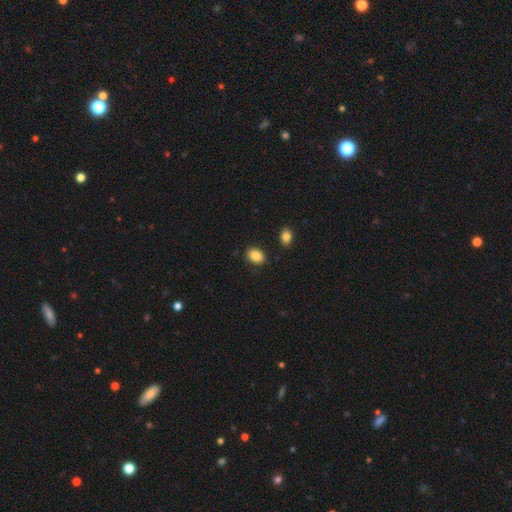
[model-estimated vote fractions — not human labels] A smooth galaxy with no disk features (87%) that is in between round and cigar-shaped (73%). Merging: none (85%).